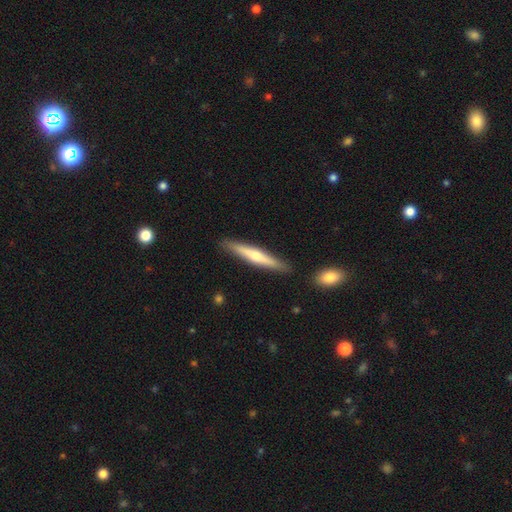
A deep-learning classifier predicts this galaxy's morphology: Smooth or featured: featured or disk — 55% (smooth — 39%)
Edge-on disk: yes — 95% (no — 5%)
Edge-on bulge: rounded — 77% (none — 19%)
Merging: none — 88% (minor disturbance — 8%)